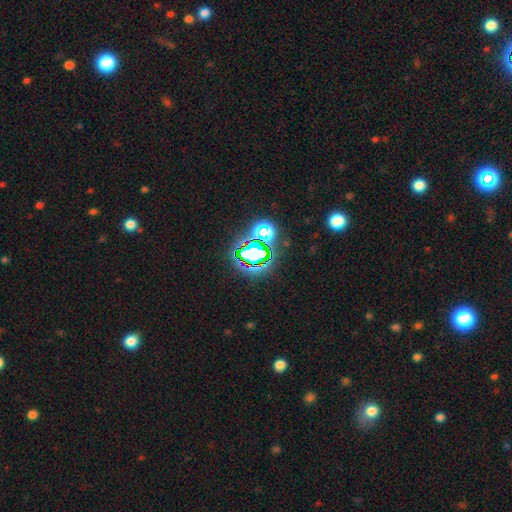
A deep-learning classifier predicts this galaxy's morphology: A star or artifact, not a galaxy (75%).